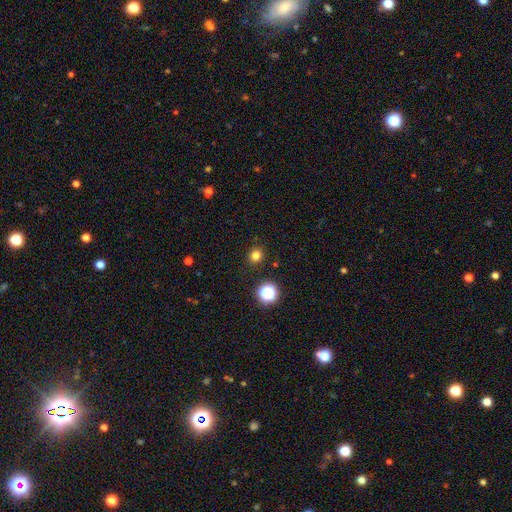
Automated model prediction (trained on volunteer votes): Smooth or featured: smooth — 79% (star or artifact — 17%)
How rounded: round — 85% (in between — 14%)
Merging: none — 90% (minor disturbance — 6%)